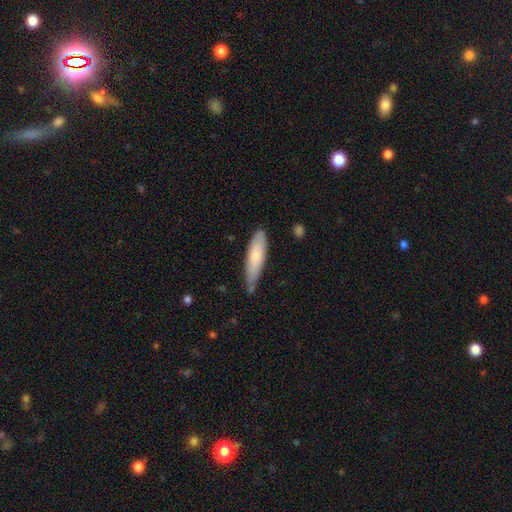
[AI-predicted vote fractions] Smooth or featured: smooth — 73% (featured or disk — 21%)
How rounded: cigar-shaped — 71% (in between — 28%)
Merging: none — 62% (minor disturbance — 30%)